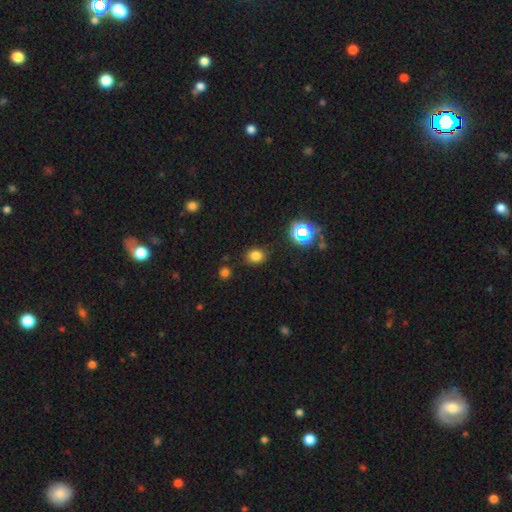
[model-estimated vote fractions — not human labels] smooth-or-featured: smooth: 76% | star or artifact: 19% | featured or disk: 6%
  how-rounded: round: 54% | in between: 45% | cigar-shaped: 1%
  merging: none: 83% | minor disturbance: 11% | major disturbance: 3% | merger: 2%